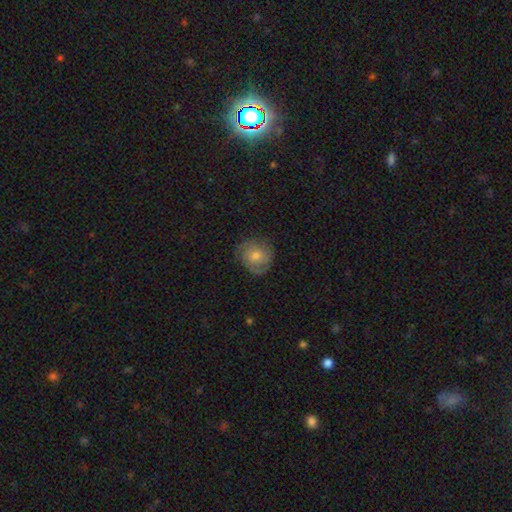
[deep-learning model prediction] This appears to be a featured or disk galaxy (51%). Merging: none (76%).